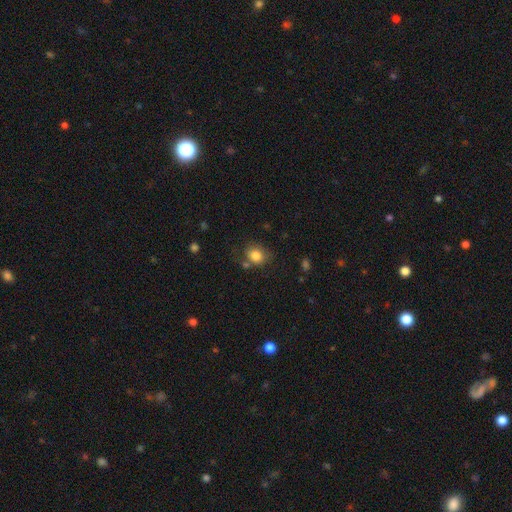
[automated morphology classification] The model was most divided on "how rounded": round: 61%, in between: 38%, cigar-shaped: 1%. More confident: smooth or featured — smooth (82%); merging — none (68%).